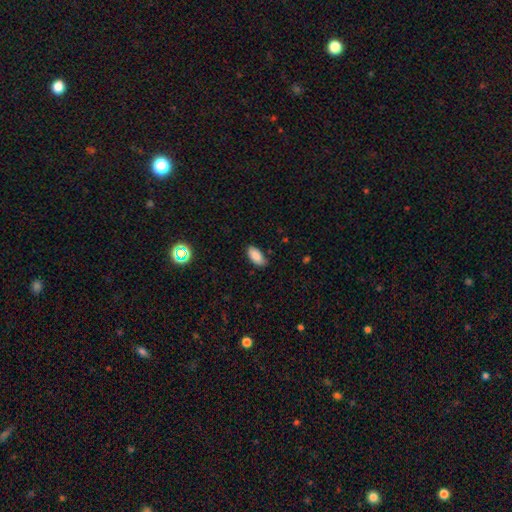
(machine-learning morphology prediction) smooth_or_featured: smooth (p=0.86) [alt: star or artifact p=0.08]
how_rounded: in between (p=0.92) [alt: cigar-shaped p=0.05]
merging: none (p=0.73) [alt: minor disturbance p=0.22]